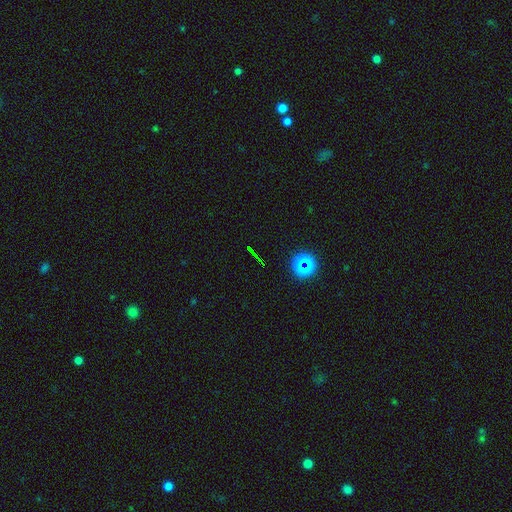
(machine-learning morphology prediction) type=star or artifact (74%).